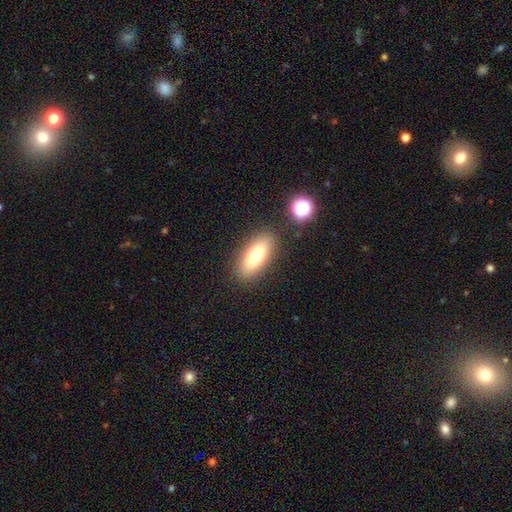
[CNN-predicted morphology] This appears to be a smooth galaxy with no disk features (74%) that is in between round and cigar-shaped (78%). Merging: none (85%).